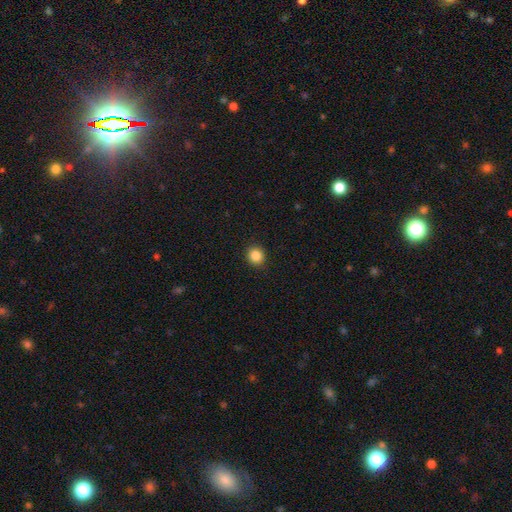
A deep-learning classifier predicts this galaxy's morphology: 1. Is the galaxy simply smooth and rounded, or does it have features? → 86% smooth, 10% star or artifact, 4% featured or disk.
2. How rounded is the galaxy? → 86% round, 14% in between, 1% cigar-shaped.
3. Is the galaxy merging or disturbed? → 91% none, 6% minor disturbance, 2% major disturbance, 1% merger.